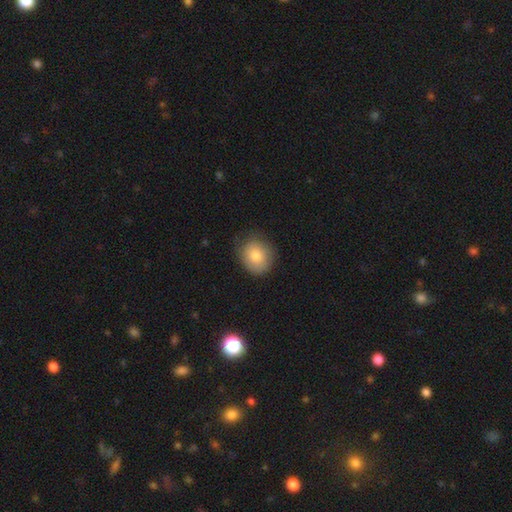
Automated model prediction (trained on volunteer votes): Smooth or featured: smooth — 80% (featured or disk — 12%)
How rounded: round — 74% (in between — 25%)
Merging: none — 77% (minor disturbance — 18%)